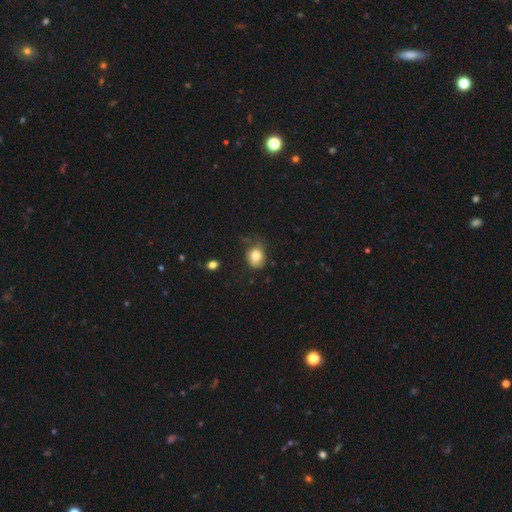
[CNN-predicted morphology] Smooth or featured?
  - smooth: 80% *
  - featured or disk: 10%
  - star or artifact: 10%
How rounded?
  - round: 54% *
  - in between: 45%
  - cigar-shaped: 1%
Merging?
  - none: 52% *
  - minor disturbance: 31%
  - major disturbance: 14%
  - merger: 3%